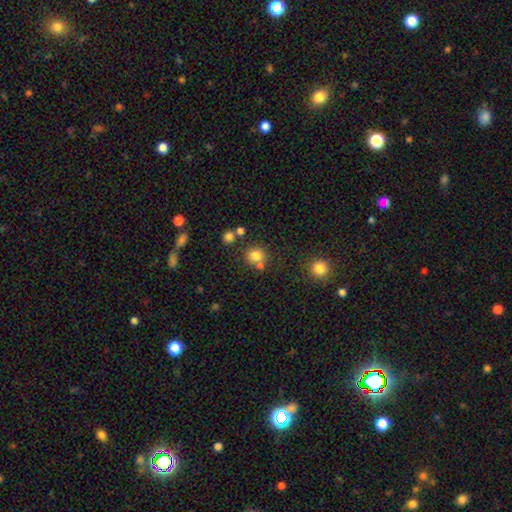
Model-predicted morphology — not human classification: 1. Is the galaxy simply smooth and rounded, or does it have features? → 79% smooth, 13% star or artifact, 8% featured or disk.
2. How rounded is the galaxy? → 86% round, 13% in between, 1% cigar-shaped.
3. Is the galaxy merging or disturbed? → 66% none, 19% merger, 10% minor disturbance, 4% major disturbance.